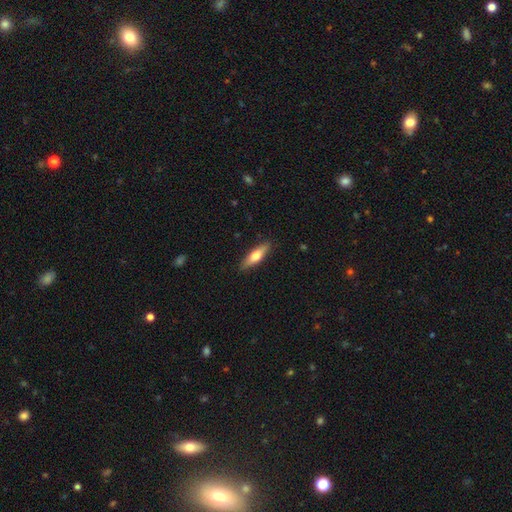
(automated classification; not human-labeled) smooth-or-featured: smooth: 60% | featured or disk: 35% | star or artifact: 6%
  how-rounded: cigar-shaped: 61% | in between: 37% | round: 2%
  merging: none: 88% | minor disturbance: 9% | major disturbance: 2% | merger: 1%